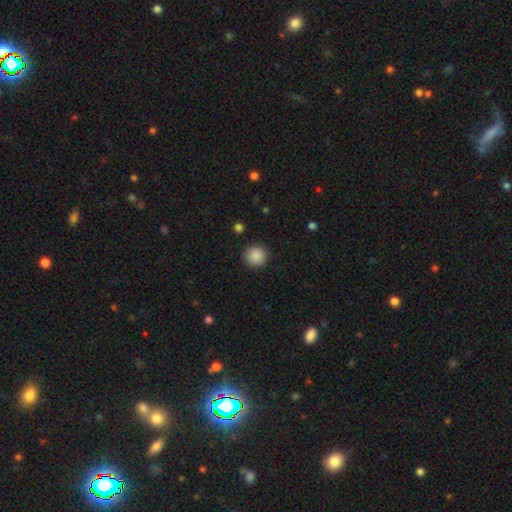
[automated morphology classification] smooth-or-featured: smooth: 88% | star or artifact: 9% | featured or disk: 3%
  how-rounded: round: 94% | in between: 5% | cigar-shaped: 1%
  merging: none: 92% | minor disturbance: 5% | major disturbance: 2% | merger: 1%